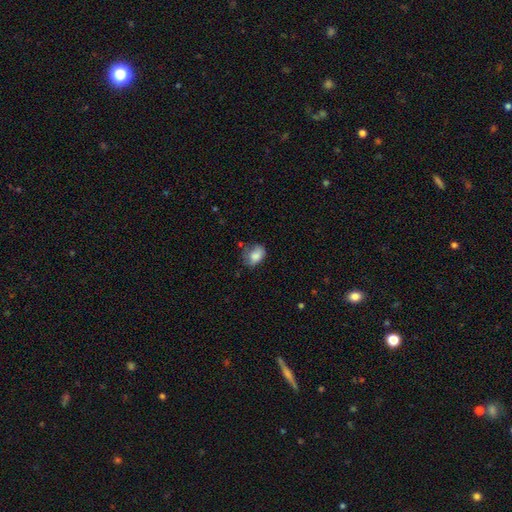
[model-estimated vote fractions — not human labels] smooth-or-featured: smooth: 80% | featured or disk: 11% | star or artifact: 9%
  how-rounded: in between: 73% | round: 26% | cigar-shaped: 1%
  merging: none: 47% | minor disturbance: 34% | major disturbance: 13% | merger: 5%